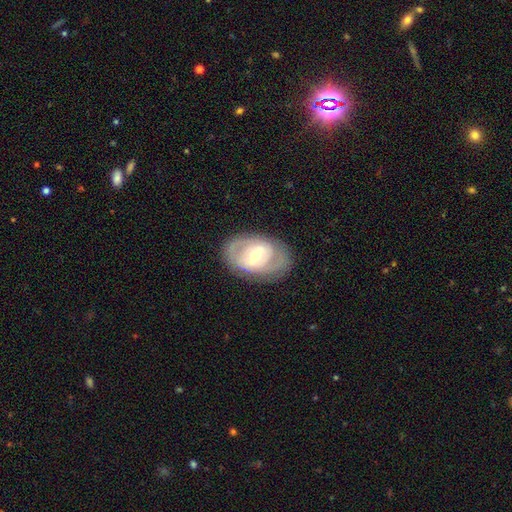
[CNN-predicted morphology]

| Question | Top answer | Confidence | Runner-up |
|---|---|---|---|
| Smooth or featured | featured or disk | 70% | smooth (24%) |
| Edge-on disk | no | 94% | yes (6%) |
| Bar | weak | 46% | strong (28%) |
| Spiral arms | yes | 69% | no (31%) |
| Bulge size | moderate | 66% | small (22%) |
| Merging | none | 79% | minor disturbance (14%) |